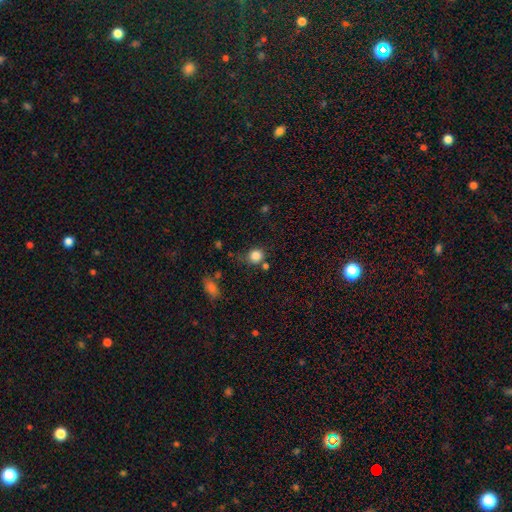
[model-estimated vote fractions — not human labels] Q: Smooth or featured?
A: smooth (84%); runner-up: star or artifact (11%)
Q: How rounded?
A: round (86%); runner-up: in between (13%)
Q: Merging?
A: none (69%); runner-up: minor disturbance (16%)